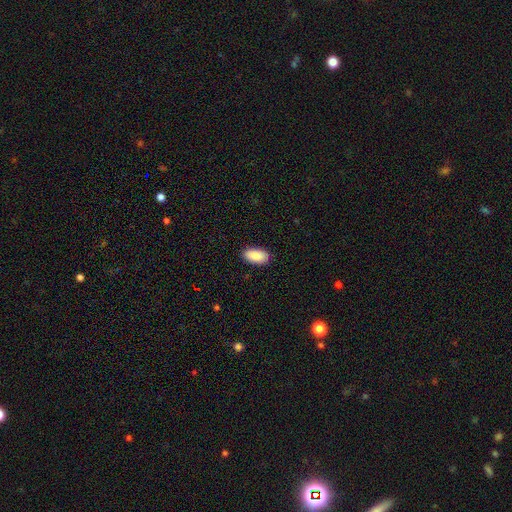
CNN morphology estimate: A smooth galaxy with no disk features (90%) that is in between round and cigar-shaped (94%).

Vote fractions:
- Smooth or featured? smooth: 90% / star or artifact: 6% / featured or disk: 4%
- How rounded? in between: 94% / cigar-shaped: 3% / round: 3%
- Merging? none: 88% / minor disturbance: 9% / major disturbance: 2% / merger: 1%